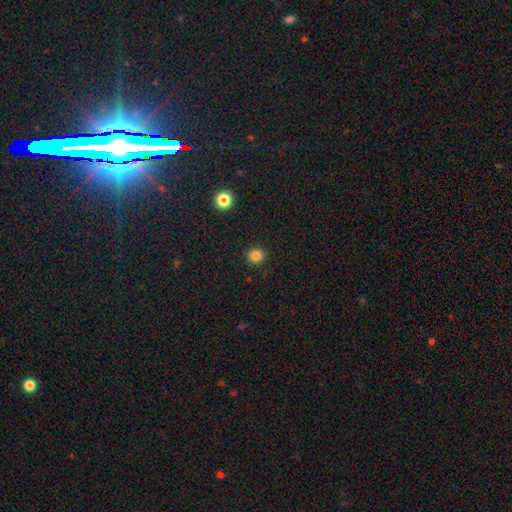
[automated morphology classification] Overall: smooth (83%). How rounded: round (93%). Merging: none (92%).